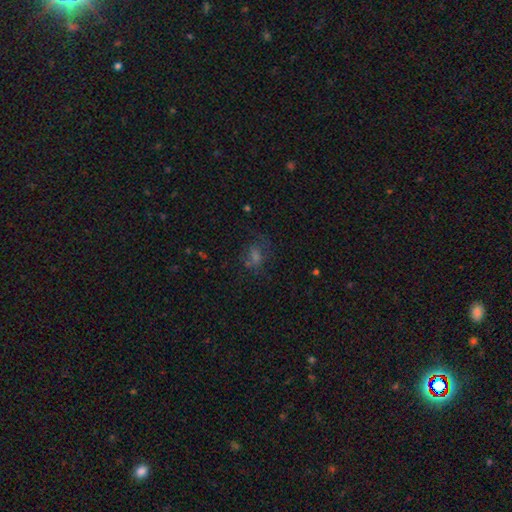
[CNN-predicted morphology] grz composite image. It shows a smooth galaxy with no disk features (42%). Merging: none (57%).